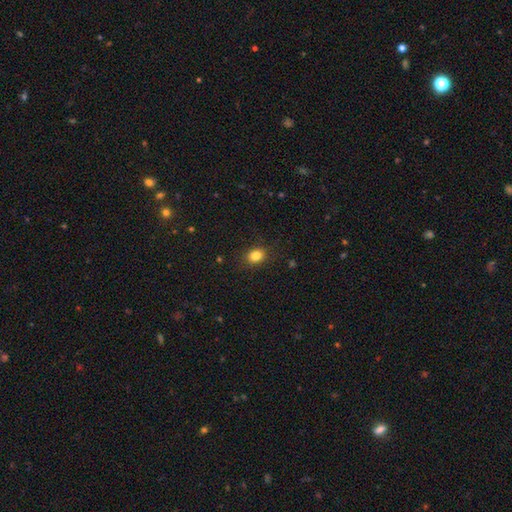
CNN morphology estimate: A smooth galaxy with no disk features (84%) that is in between round and cigar-shaped (56%).

Vote fractions:
- Smooth or featured? smooth: 84% / star or artifact: 11% / featured or disk: 6%
- How rounded? in between: 56% / round: 43% / cigar-shaped: 1%
- Merging? none: 87% / minor disturbance: 10% / major disturbance: 3% / merger: 1%